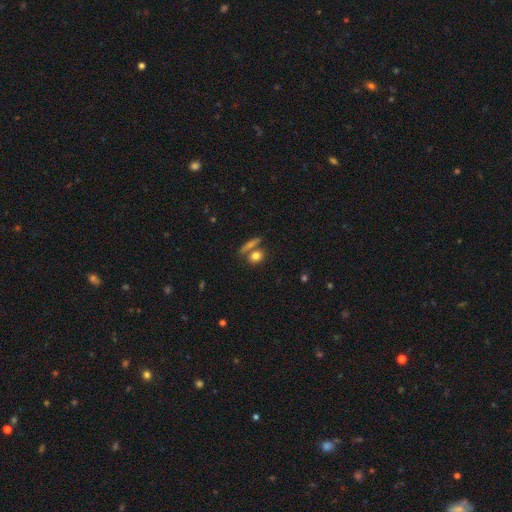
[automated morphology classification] A smooth galaxy with no disk features (79%) that is round (45%).

Vote fractions:
- Smooth or featured? smooth: 79% / featured or disk: 11% / star or artifact: 10%
- How rounded? round: 45% / in between: 42% / cigar-shaped: 13%
- Merging? none: 61% / merger: 25% / minor disturbance: 10% / major disturbance: 4%